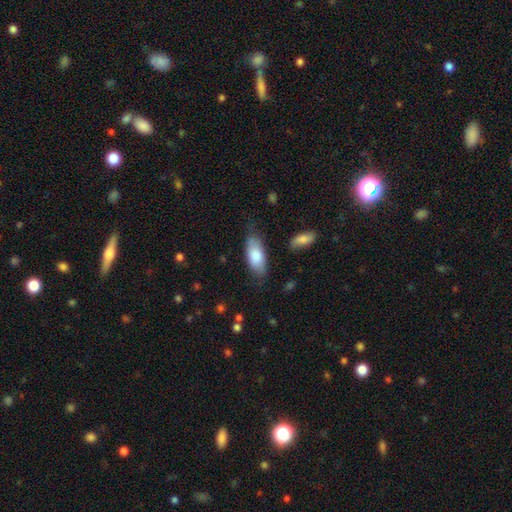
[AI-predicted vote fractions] Smooth or featured: smooth — 81% (featured or disk — 13%)
How rounded: in between — 83% (cigar-shaped — 15%)
Merging: none — 72% (minor disturbance — 20%)